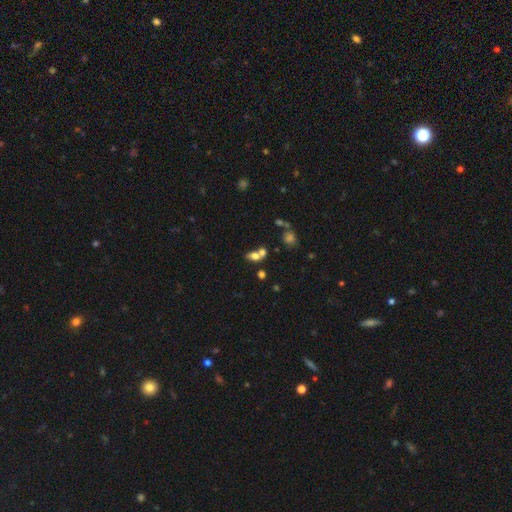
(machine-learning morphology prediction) Smooth or featured? smooth (68%)
How rounded? in between (71%)
Merging? merger (46%)